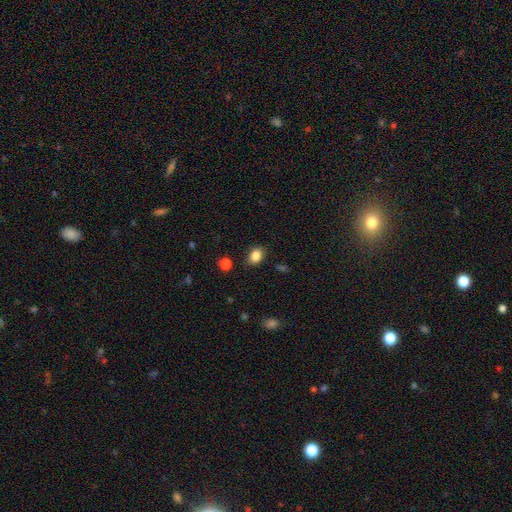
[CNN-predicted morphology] Smooth or featured: smooth — 85% (star or artifact — 10%)
How rounded: in between — 67% (round — 32%)
Merging: none — 84% (minor disturbance — 11%)